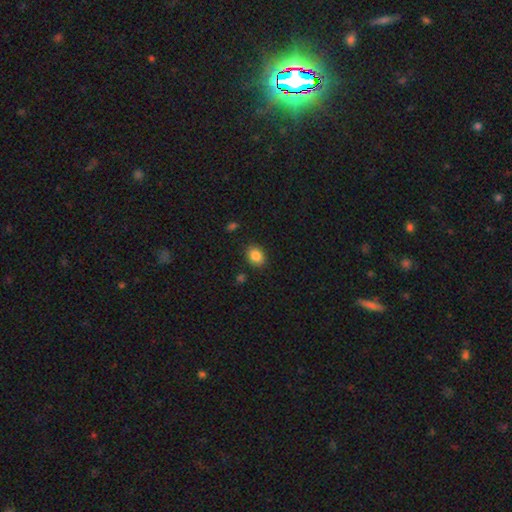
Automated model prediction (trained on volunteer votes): This is clearly a smooth galaxy (86%). How rounded: possibly in between (54%). Merging: clearly none (85%).